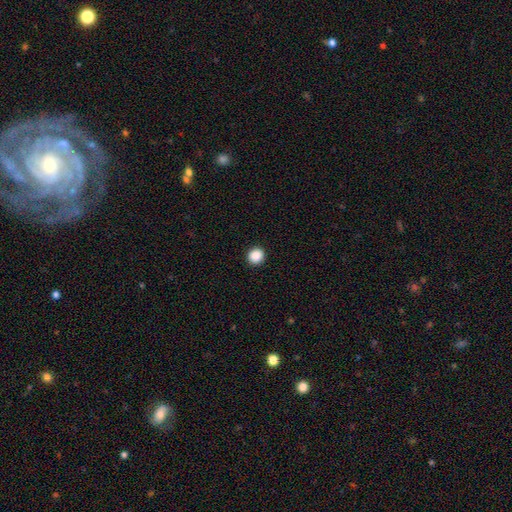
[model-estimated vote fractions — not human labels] The model was most divided on "smooth or featured": smooth: 89%, star or artifact: 9%, featured or disk: 2%. More confident: merging — none (93%); how rounded — round (90%).